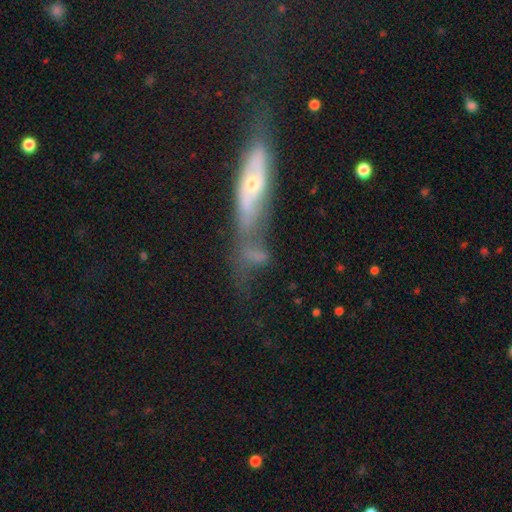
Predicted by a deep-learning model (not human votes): Smooth or featured: smooth — 44% (featured or disk — 40%)
Merging: merger — 43% (major disturbance — 23%)